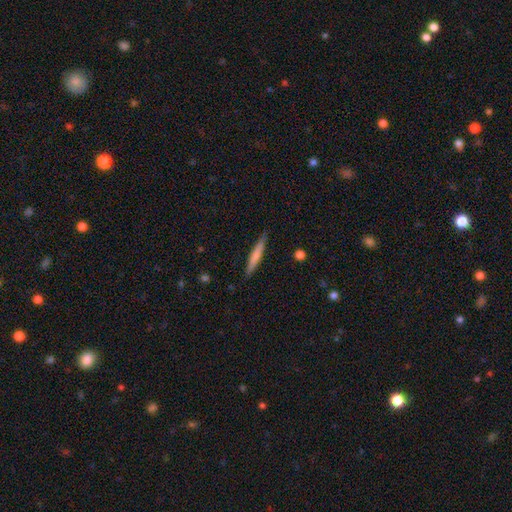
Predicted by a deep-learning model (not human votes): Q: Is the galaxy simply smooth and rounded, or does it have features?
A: smooth — 62%.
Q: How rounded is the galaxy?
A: cigar-shaped — 95%.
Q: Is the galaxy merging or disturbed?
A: none — 87%.